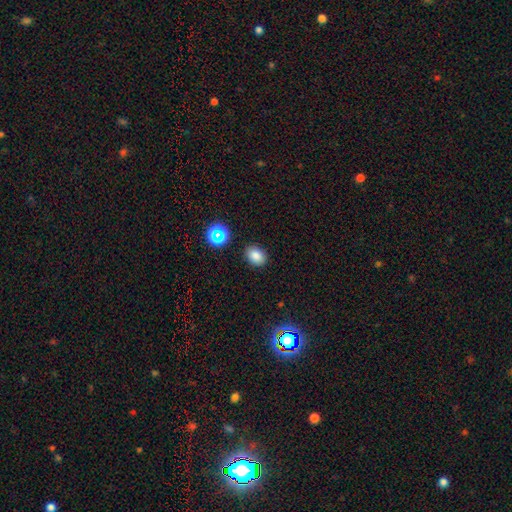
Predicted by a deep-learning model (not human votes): A smooth galaxy with no disk features (81%) that is in between round and cigar-shaped (70%).

Vote fractions:
- Smooth or featured? smooth: 81% / star or artifact: 12% / featured or disk: 6%
- How rounded? in between: 70% / round: 29% / cigar-shaped: 1%
- Merging? none: 85% / minor disturbance: 9% / major disturbance: 3% / merger: 3%